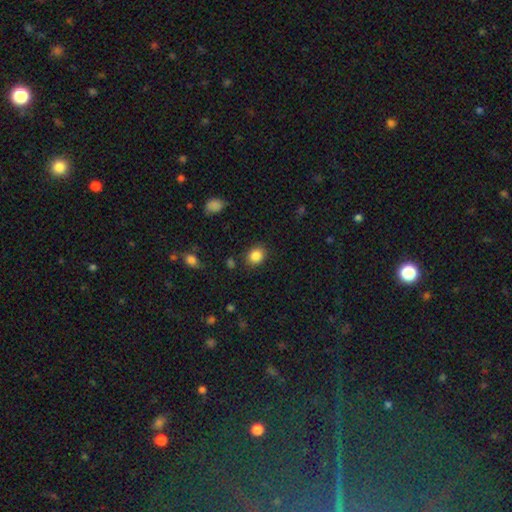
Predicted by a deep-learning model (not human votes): Smooth or featured: smooth — 85% (star or artifact — 10%)
How rounded: round — 60% (in between — 39%)
Merging: none — 85% (minor disturbance — 10%)